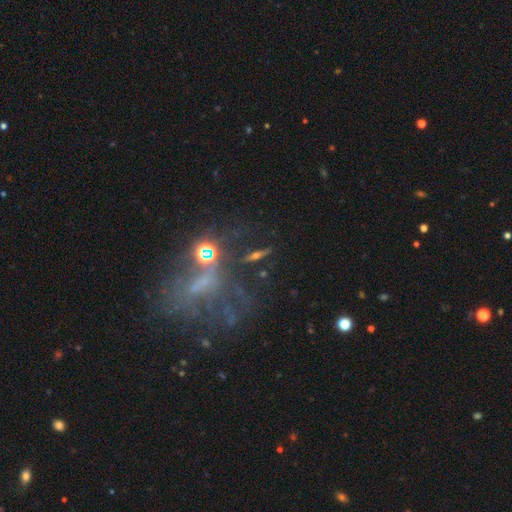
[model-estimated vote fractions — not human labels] Smooth or featured: featured or disk — 45% (star or artifact — 28%)
Merging: none — 71% (minor disturbance — 14%)